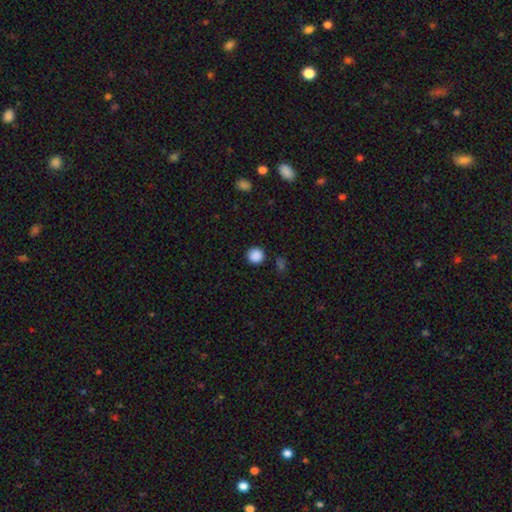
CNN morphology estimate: Q: Smooth or featured?
A: smooth (88%); runner-up: star or artifact (10%)
Q: How rounded?
A: round (93%); runner-up: in between (6%)
Q: Merging?
A: none (90%); runner-up: minor disturbance (6%)